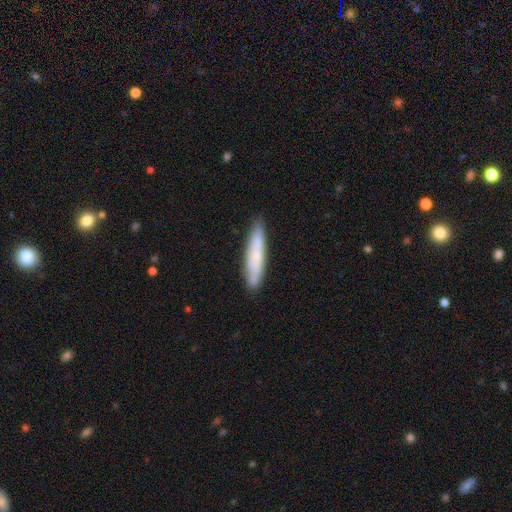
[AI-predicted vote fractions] Smooth or featured: smooth — 62% (featured or disk — 31%)
How rounded: cigar-shaped — 89% (in between — 10%)
Merging: none — 86% (minor disturbance — 11%)